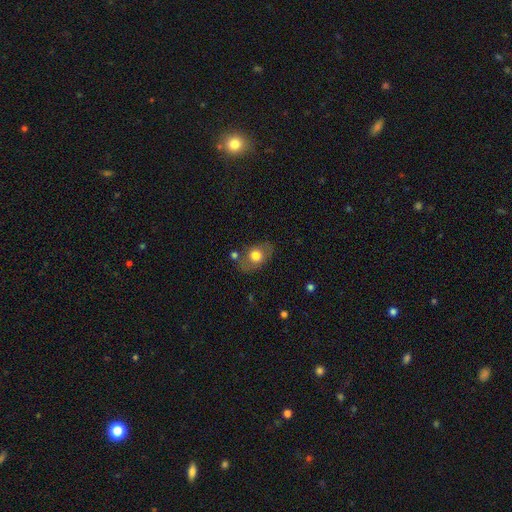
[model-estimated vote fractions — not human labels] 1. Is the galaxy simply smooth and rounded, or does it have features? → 60% smooth, 32% featured or disk, 8% star or artifact.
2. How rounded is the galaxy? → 69% in between, 30% round, 2% cigar-shaped.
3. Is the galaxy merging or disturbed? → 67% none, 19% minor disturbance, 7% major disturbance, 6% merger.